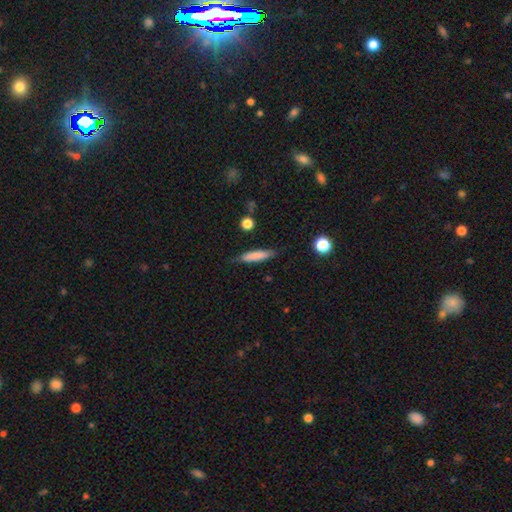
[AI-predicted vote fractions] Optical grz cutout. It shows a smooth galaxy with no disk features (80%) that is cigar-shaped (81%). Merging: none (82%).